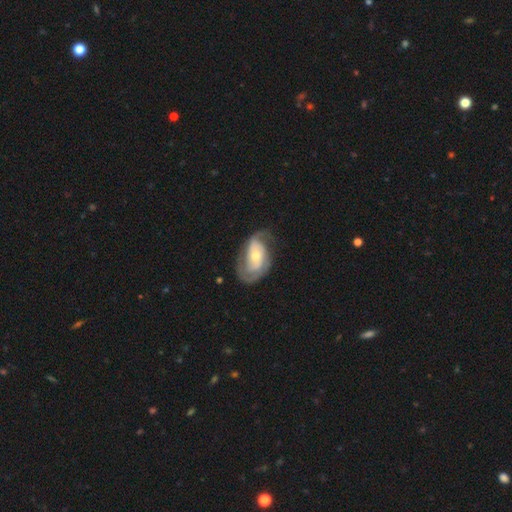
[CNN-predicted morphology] Overall: featured or disk (79%). Edge-on disk: no (96%). Bar: no (65%; weak 26%). Spiral arms: yes (92%). Spiral arm count: 2 (68%). Spiral winding: medium (42%; tight 38%). Bulge size: moderate (49%; small 44%). Merging: none (60%; minor disturbance 23%).